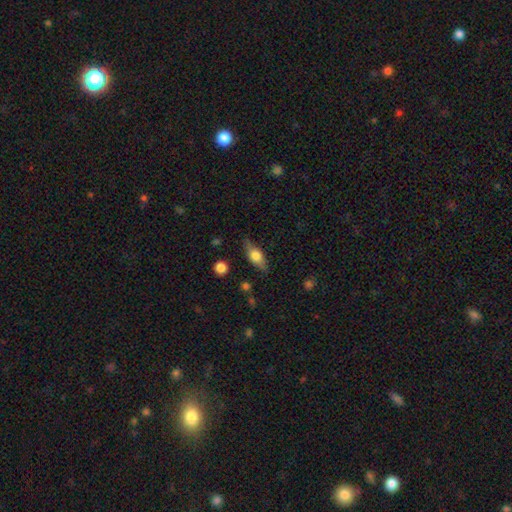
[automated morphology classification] type=smooth (57%); roundness=in between (70%); merging=none (79%).